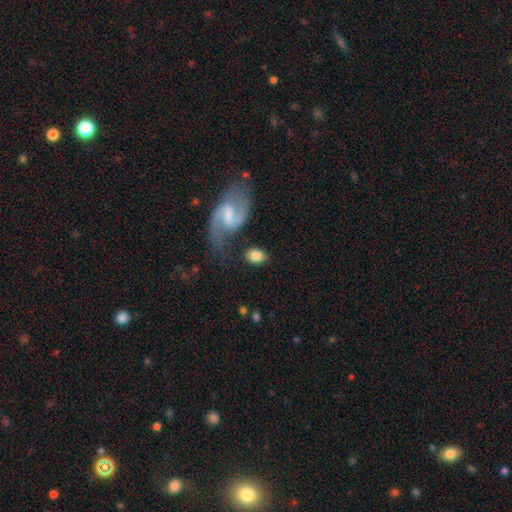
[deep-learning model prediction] Smooth or featured: smooth — 75% (featured or disk — 20%)
How rounded: in between — 80% (round — 18%)
Merging: none — 73% (minor disturbance — 14%)